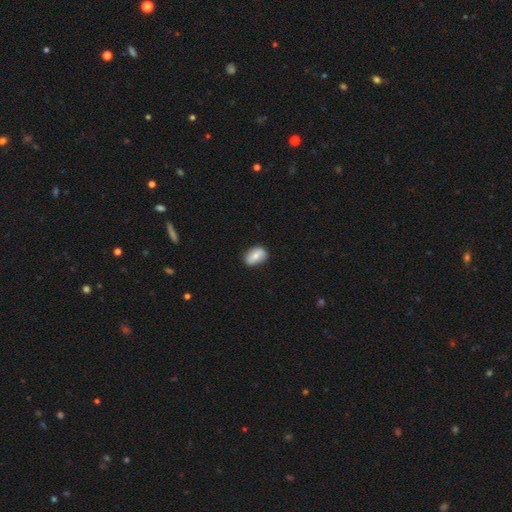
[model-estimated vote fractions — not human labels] Smooth or featured? Predicted: smooth (p=0.68). How rounded? Predicted: in between (p=0.85). Merging? Predicted: none (p=0.81).